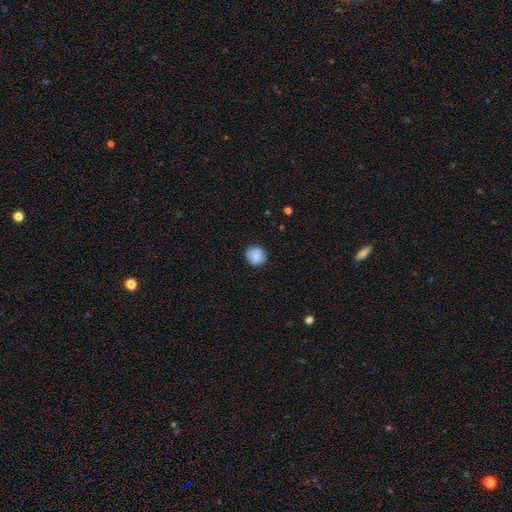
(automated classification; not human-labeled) smooth 84%, featured or disk 8%, star or artifact 8%. Down the decision tree: how rounded — round (85%); merging — none (84%).